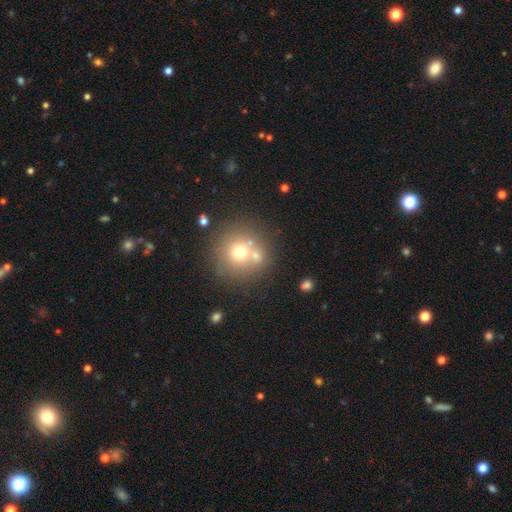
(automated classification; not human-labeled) smooth 66%, featured or disk 18%, star or artifact 15%. Down the decision tree: how rounded — round (91%); merging — none (63%).